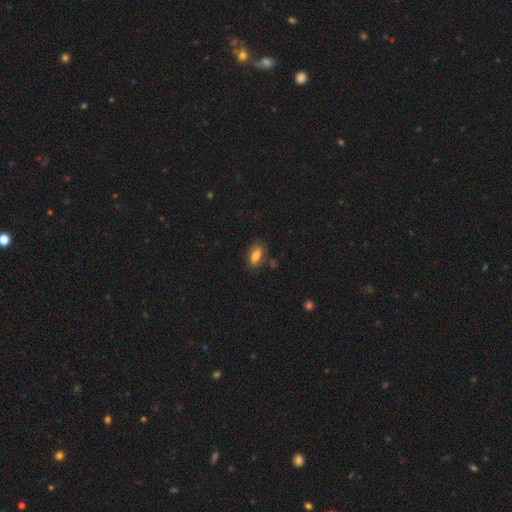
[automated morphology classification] Smooth or featured?
  - smooth: 75% *
  - featured or disk: 16%
  - star or artifact: 8%
How rounded?
  - in between: 83% *
  - cigar-shaped: 12%
  - round: 5%
Merging?
  - none: 71% *
  - minor disturbance: 19%
  - major disturbance: 5%
  - merger: 4%